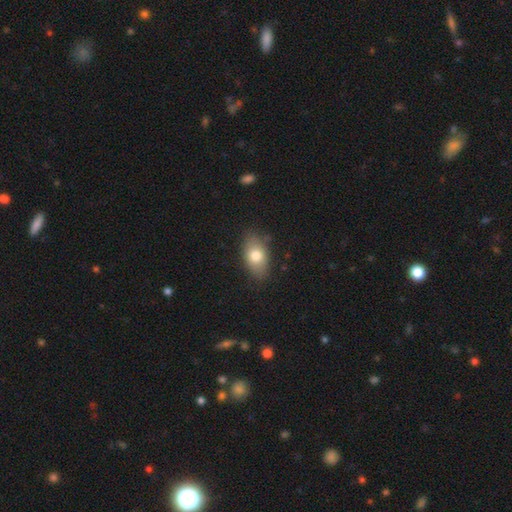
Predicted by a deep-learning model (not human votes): smooth_or_featured: smooth (p=0.77) [alt: featured or disk p=0.15]
how_rounded: in between (p=0.88) [alt: round p=0.10]
merging: none (p=0.80) [alt: minor disturbance p=0.15]